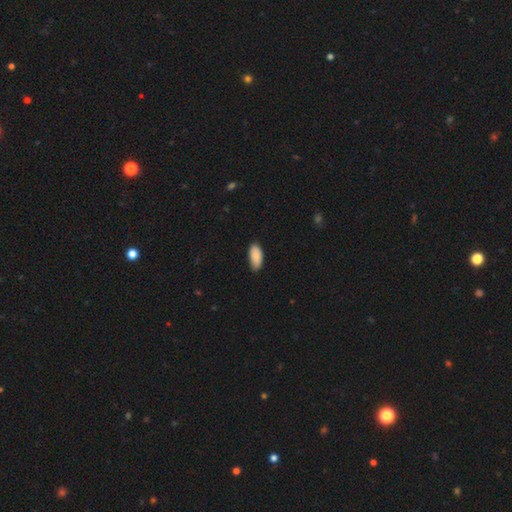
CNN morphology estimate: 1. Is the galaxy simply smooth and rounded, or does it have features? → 89% smooth, 6% star or artifact, 5% featured or disk.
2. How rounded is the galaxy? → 90% in between, 8% cigar-shaped, 2% round.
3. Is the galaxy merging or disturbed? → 81% none, 16% minor disturbance, 2% major disturbance, 1% merger.